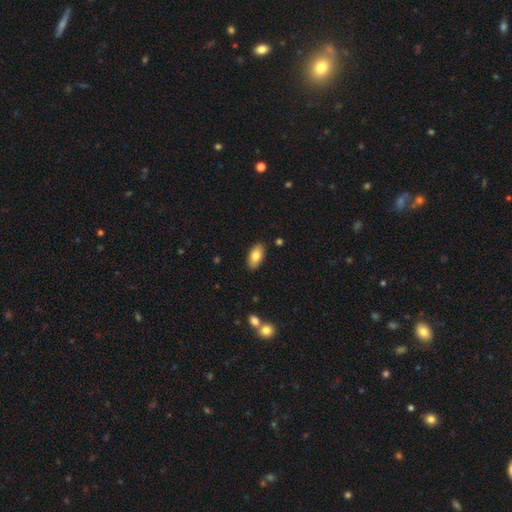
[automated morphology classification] A smooth galaxy with no disk features (81%) that is in between round and cigar-shaped (92%). Merging: none (87%).